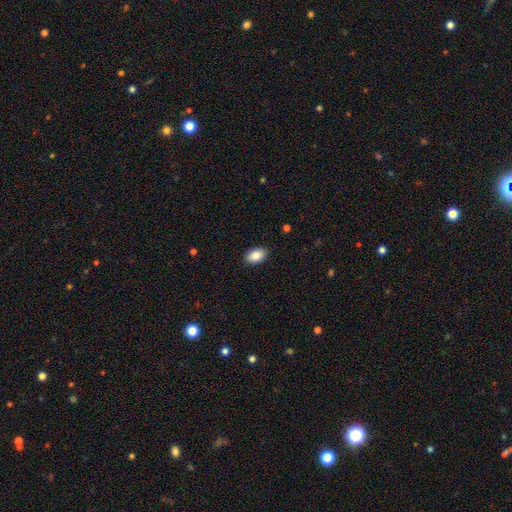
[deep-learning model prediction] smooth 86%, star or artifact 7%, featured or disk 6%. Down the decision tree: how rounded — in between (91%); merging — none (90%).